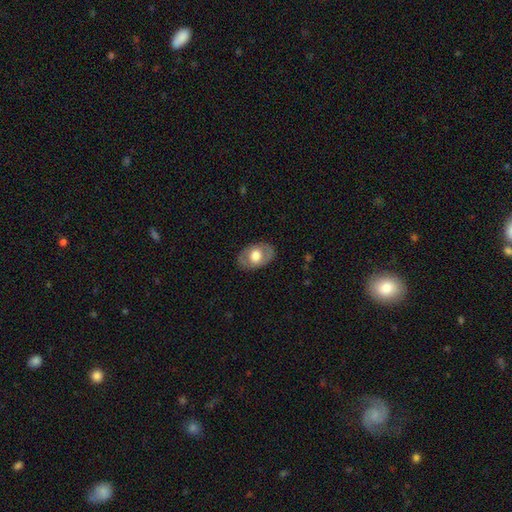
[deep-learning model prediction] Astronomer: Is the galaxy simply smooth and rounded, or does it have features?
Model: smooth — 58% (runner-up: featured or disk, 36%).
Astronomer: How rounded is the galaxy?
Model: in between — 84%.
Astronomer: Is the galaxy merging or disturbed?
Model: none — 83%.